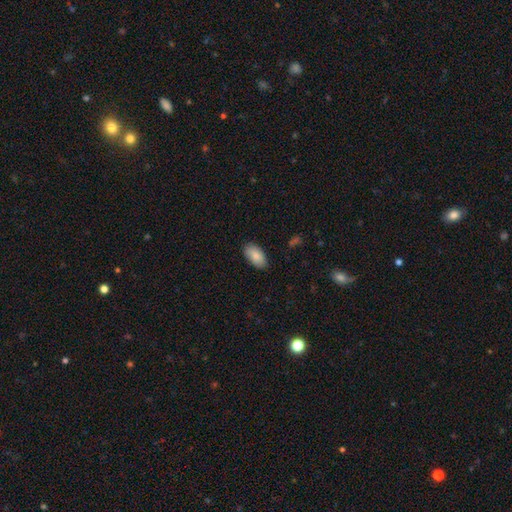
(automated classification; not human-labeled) smooth 88%, featured or disk 6%, star or artifact 6%. Down the decision tree: how rounded — in between (95%); merging — none (86%).